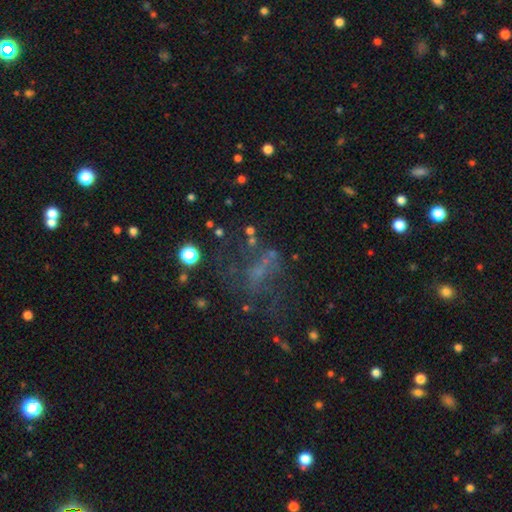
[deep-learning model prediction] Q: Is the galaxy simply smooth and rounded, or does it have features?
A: star or artifact — 39%.